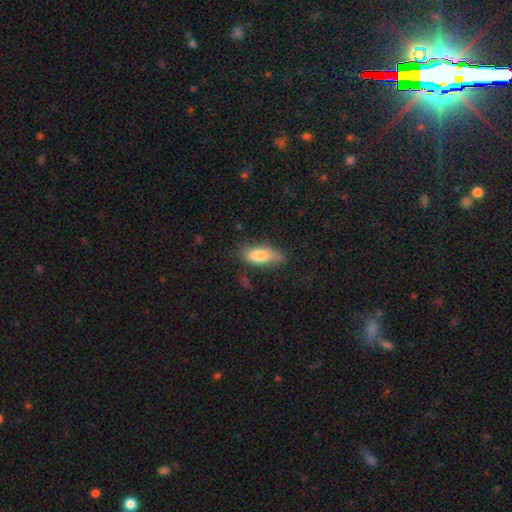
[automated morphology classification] The model was most divided on "merging": none: 64%, minor disturbance: 27%, major disturbance: 7%, merger: 2%. More confident: smooth or featured — smooth (75%); how rounded — in between (69%).